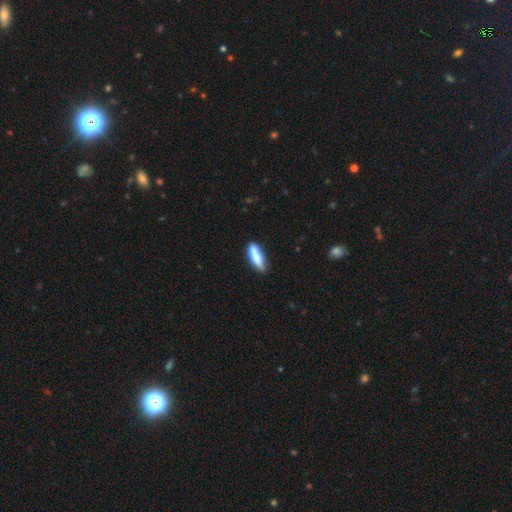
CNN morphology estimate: Smooth or featured: smooth — 76% (featured or disk — 18%)
How rounded: cigar-shaped — 57% (in between — 41%)
Merging: none — 80% (minor disturbance — 15%)